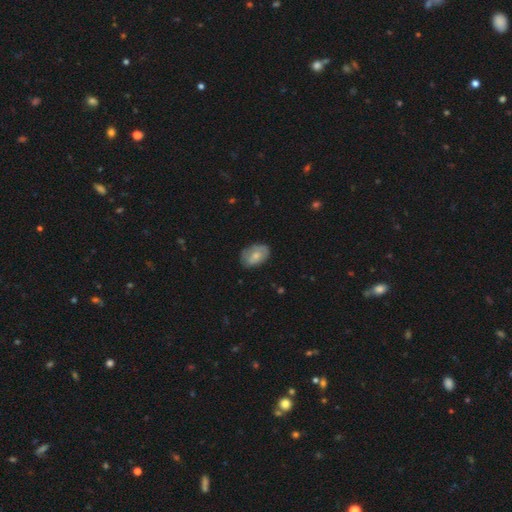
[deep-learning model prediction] smooth_or_featured: smooth (p=0.64) [alt: featured or disk p=0.29]
how_rounded: in between (p=0.87) [alt: round p=0.12]
merging: none (p=0.71) [alt: minor disturbance p=0.23]